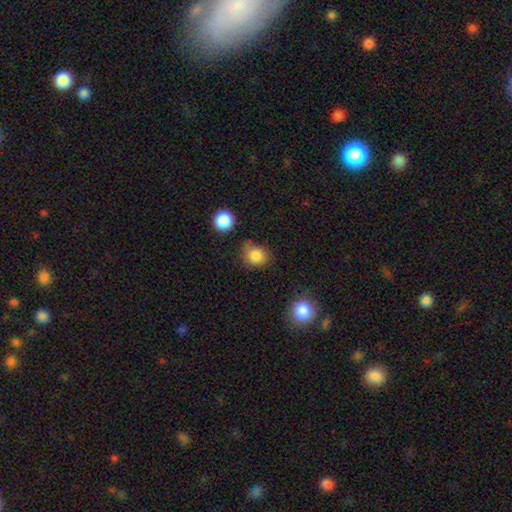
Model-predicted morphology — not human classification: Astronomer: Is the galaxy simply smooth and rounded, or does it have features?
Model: smooth — 84%.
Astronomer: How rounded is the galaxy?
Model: round — 68%.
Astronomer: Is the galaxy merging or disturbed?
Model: none — 64%.